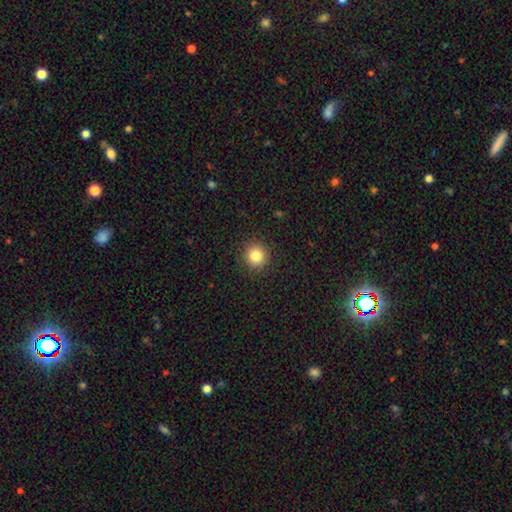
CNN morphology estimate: Smooth or featured? Predicted: smooth (p=0.83). How rounded? Predicted: round (p=0.94). Merging? Predicted: none (p=0.91).